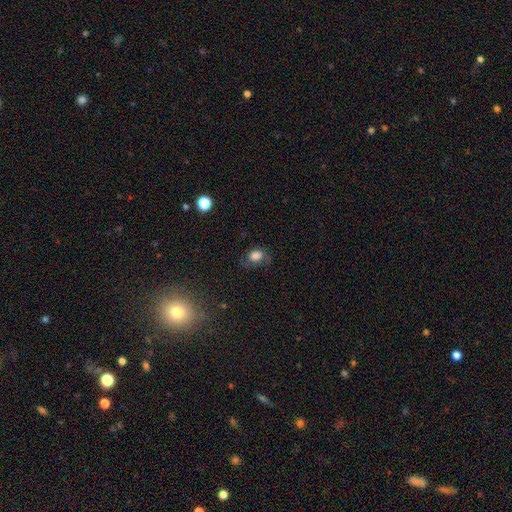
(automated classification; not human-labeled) Smooth or featured? Predicted: smooth (p=0.72). How rounded? Predicted: in between (p=0.67). Merging? Predicted: none (p=0.56).